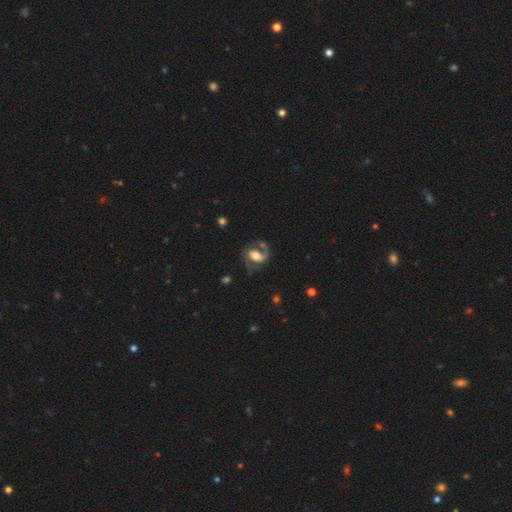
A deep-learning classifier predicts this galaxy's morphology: Smooth or featured?
  - featured or disk: 75% *
  - smooth: 19%
  - star or artifact: 6%
Edge-on disk?
  - no: 97% *
  - yes: 3%
Bar?
  - weak: 39% *
  - no: 34%
  - strong: 27%
Spiral arms?
  - yes: 89% *
  - no: 11%
Spiral winding?
  - medium: 53% *
  - loose: 30%
  - tight: 17%
Spiral arm count?
  - 2: 82% *
  - 1: 12%
  - can't tell: 4%
  - 3: 1%
  - 4: 1%
  - more than 4: 1%
Bulge size?
  - moderate: 47% *
  - large: 35%
  - small: 11%
  - dominant: 4%
  - none: 3%
Merging?
  - none: 59% *
  - minor disturbance: 19%
  - major disturbance: 18%
  - merger: 4%